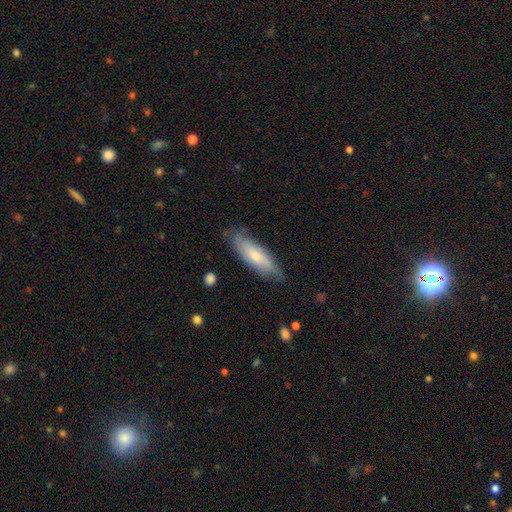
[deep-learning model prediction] Q: Smooth or featured?
A: smooth (68%); runner-up: featured or disk (26%)
Q: How rounded?
A: cigar-shaped (55%); runner-up: in between (43%)
Q: Merging?
A: none (78%); runner-up: minor disturbance (17%)